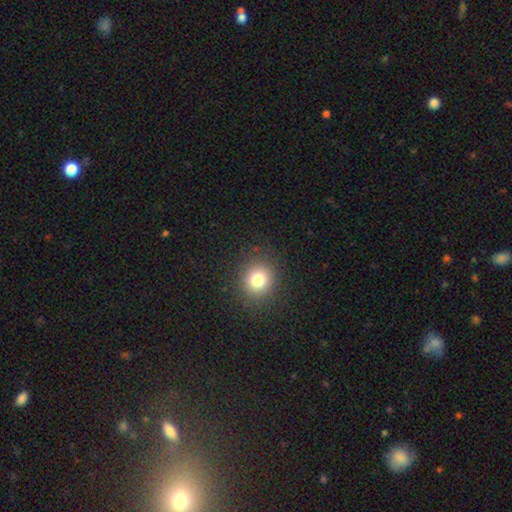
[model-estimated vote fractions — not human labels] smooth 76%, star or artifact 17%, featured or disk 6%. Down the decision tree: how rounded — round (88%); merging — none (92%).